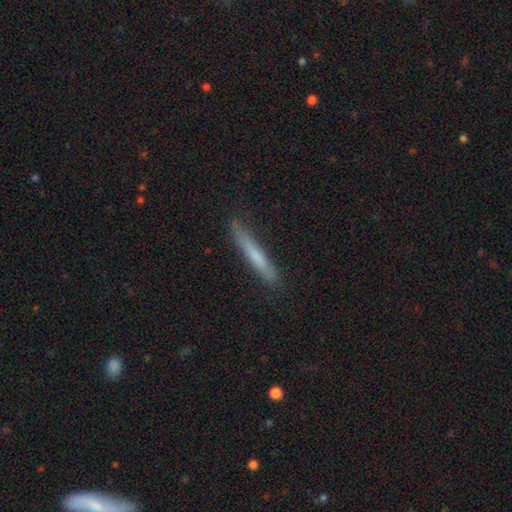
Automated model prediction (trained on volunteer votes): Morphology: type=smooth (71%); roundness=cigar-shaped (95%); merging=none (81%).